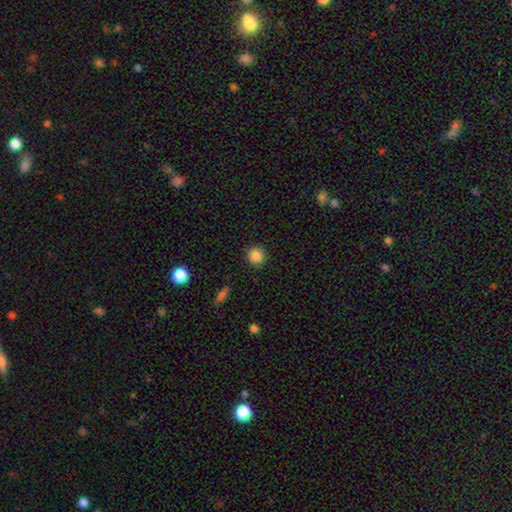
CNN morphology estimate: Overall: smooth (86%). How rounded: round (93%). Merging: none (91%).